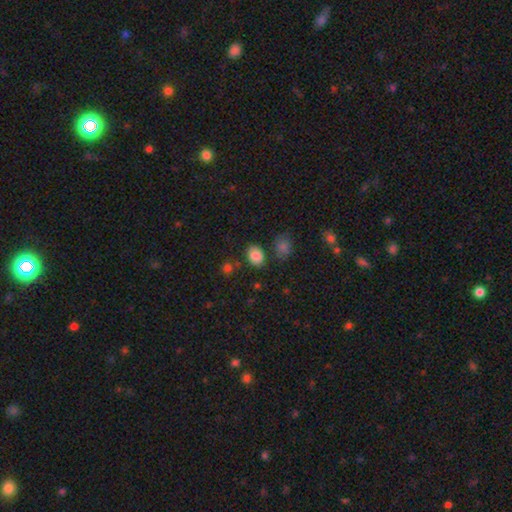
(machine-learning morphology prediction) smooth 85%, star or artifact 9%, featured or disk 6%. Down the decision tree: how rounded — in between (64%); merging — none (77%).